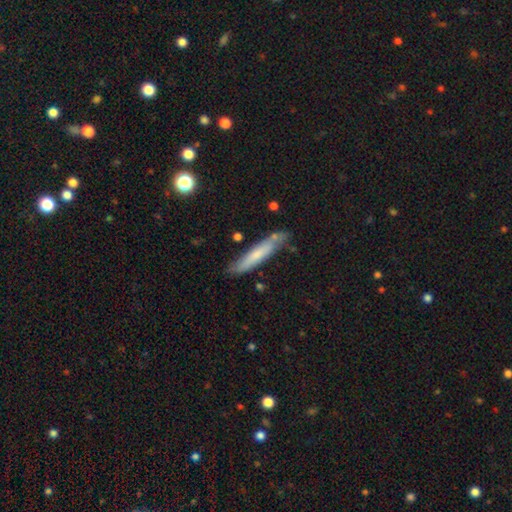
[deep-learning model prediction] This is possibly a smooth galaxy (59%). How rounded: clearly cigar-shaped (91%). Merging: likely none (73%).